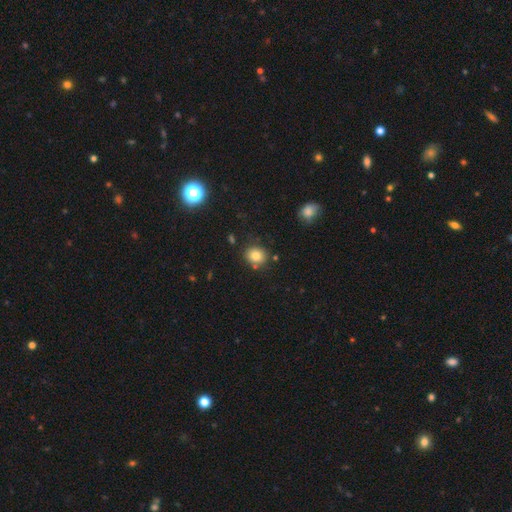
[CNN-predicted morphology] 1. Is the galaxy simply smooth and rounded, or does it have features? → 82% smooth, 11% star or artifact, 7% featured or disk.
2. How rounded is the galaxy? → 72% round, 27% in between, 1% cigar-shaped.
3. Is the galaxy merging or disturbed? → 80% none, 11% minor disturbance, 6% merger, 3% major disturbance.